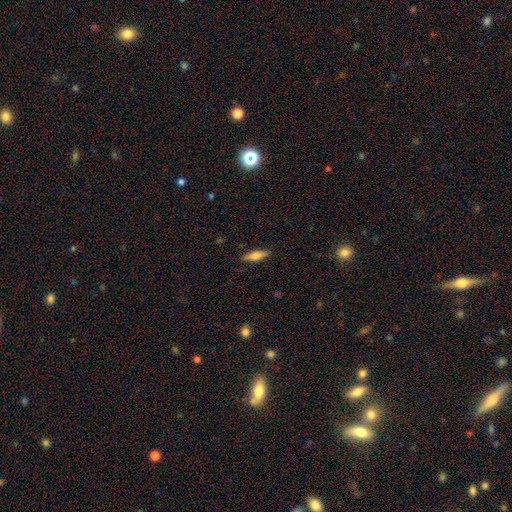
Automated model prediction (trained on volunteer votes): Smooth or featured?
  - smooth: 64% *
  - featured or disk: 30%
  - star or artifact: 7%
How rounded?
  - cigar-shaped: 60% *
  - in between: 37%
  - round: 2%
Merging?
  - none: 87% *
  - minor disturbance: 10%
  - major disturbance: 2%
  - merger: 1%